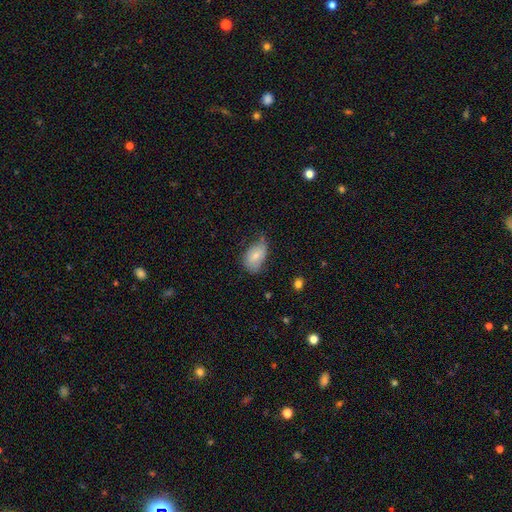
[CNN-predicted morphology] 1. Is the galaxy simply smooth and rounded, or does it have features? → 72% smooth, 21% featured or disk, 8% star or artifact.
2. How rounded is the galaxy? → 88% in between, 10% round, 1% cigar-shaped.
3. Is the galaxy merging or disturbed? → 43% none, 41% minor disturbance, 13% major disturbance, 2% merger.